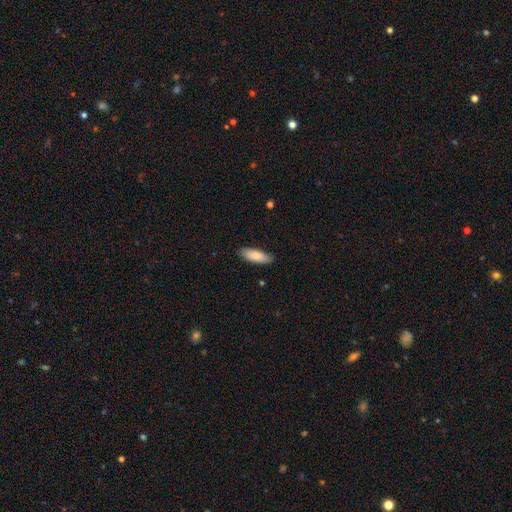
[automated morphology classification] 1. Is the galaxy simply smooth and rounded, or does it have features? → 83% smooth, 12% featured or disk, 6% star or artifact.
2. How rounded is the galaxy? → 66% in between, 32% cigar-shaped, 2% round.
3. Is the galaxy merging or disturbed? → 84% none, 13% minor disturbance, 2% major disturbance, 1% merger.